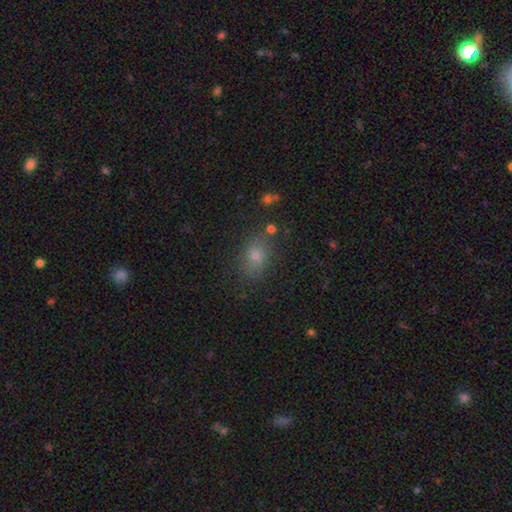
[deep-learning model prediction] This is likely a smooth galaxy (73%). How rounded: likely in between (72%). Merging: likely none (77%).